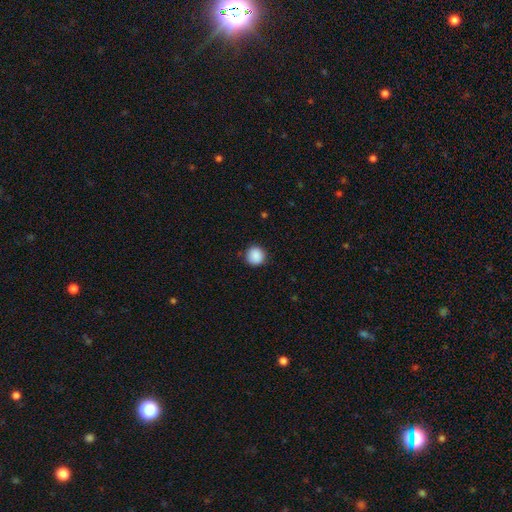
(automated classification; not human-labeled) Smooth or featured?
  - smooth: 89% *
  - star or artifact: 8%
  - featured or disk: 3%
How rounded?
  - round: 93% *
  - in between: 6%
  - cigar-shaped: 1%
Merging?
  - none: 88% *
  - minor disturbance: 8%
  - major disturbance: 2%
  - merger: 1%